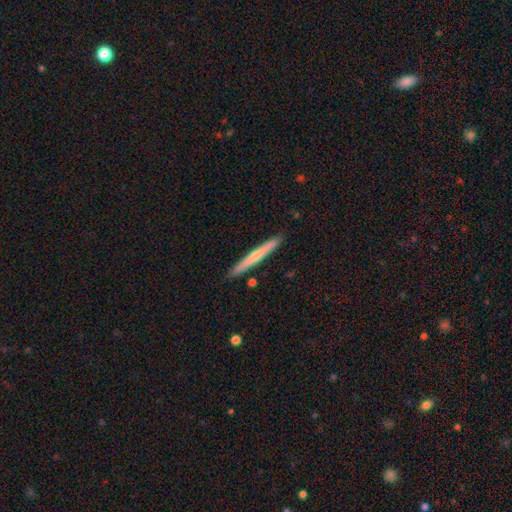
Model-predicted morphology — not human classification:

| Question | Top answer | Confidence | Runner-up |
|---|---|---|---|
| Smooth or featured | smooth | 49% | featured or disk (45%) |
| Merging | none | 90% | minor disturbance (7%) |